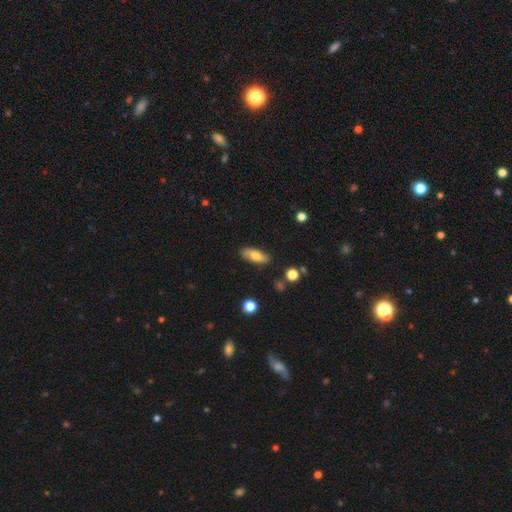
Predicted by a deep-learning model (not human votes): A smooth galaxy with no disk features (66%) that is in between round and cigar-shaped (74%).

Vote fractions:
- Smooth or featured? smooth: 66% / featured or disk: 27% / star or artifact: 7%
- How rounded? in between: 74% / cigar-shaped: 23% / round: 3%
- Merging? none: 83% / minor disturbance: 13% / major disturbance: 2% / merger: 2%